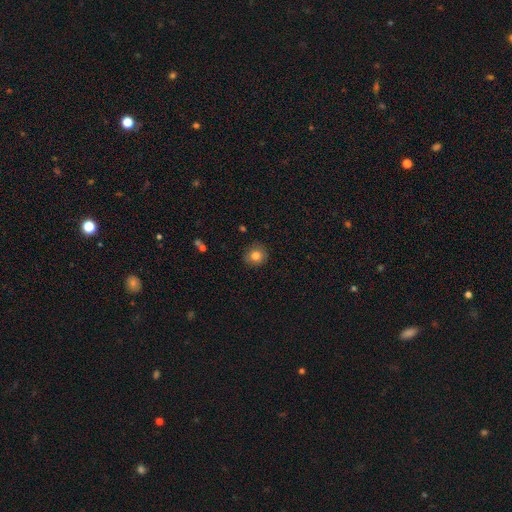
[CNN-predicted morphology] Smooth or featured?
  - smooth: 81% *
  - star or artifact: 10%
  - featured or disk: 8%
How rounded?
  - round: 90% *
  - in between: 9%
  - cigar-shaped: 1%
Merging?
  - none: 88% *
  - minor disturbance: 9%
  - major disturbance: 2%
  - merger: 1%